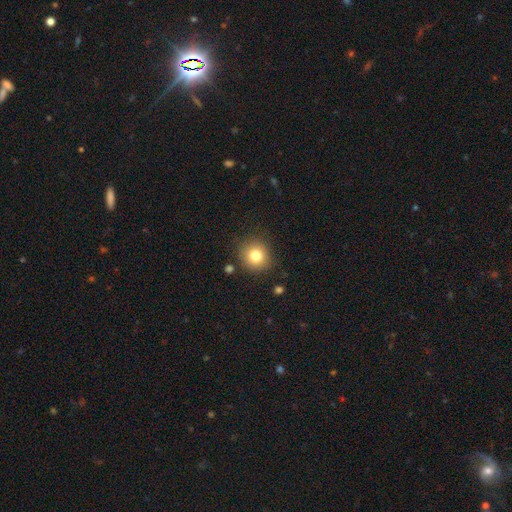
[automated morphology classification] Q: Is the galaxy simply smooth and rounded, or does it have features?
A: smooth — 79%.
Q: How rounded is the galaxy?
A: round — 91%.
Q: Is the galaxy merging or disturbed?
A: none — 87%.